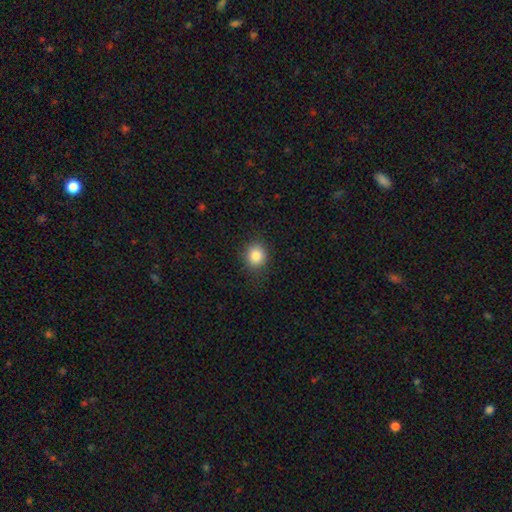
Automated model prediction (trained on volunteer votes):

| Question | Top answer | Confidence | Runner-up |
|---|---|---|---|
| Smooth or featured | smooth | 84% | star or artifact (10%) |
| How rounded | round | 81% | in between (18%) |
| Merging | none | 86% | minor disturbance (10%) |